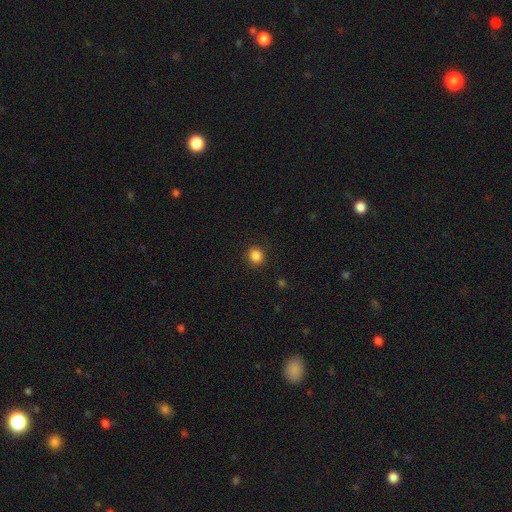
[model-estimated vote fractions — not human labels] Q: Smooth or featured?
A: smooth (86%); runner-up: star or artifact (11%)
Q: How rounded?
A: round (81%); runner-up: in between (18%)
Q: Merging?
A: none (89%); runner-up: minor disturbance (7%)